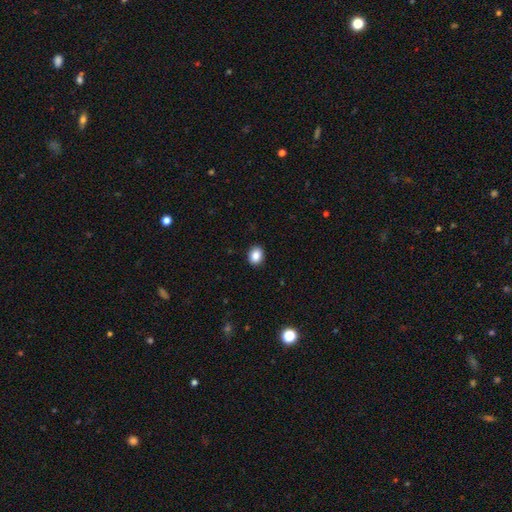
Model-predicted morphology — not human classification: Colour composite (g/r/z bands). It shows a smooth galaxy with no disk features (87%) that is round (51%). Merging: none (91%).